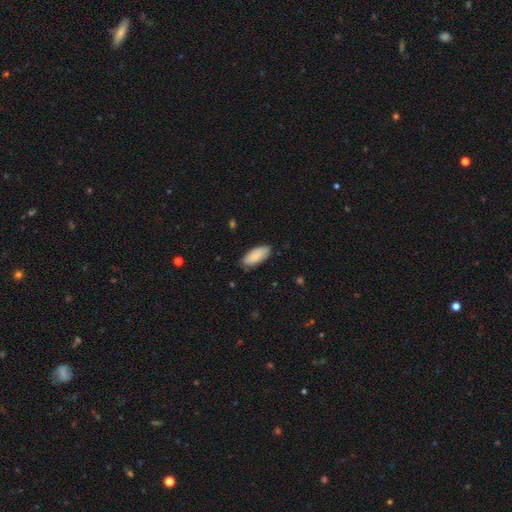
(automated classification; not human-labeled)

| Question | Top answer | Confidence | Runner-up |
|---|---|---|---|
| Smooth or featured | smooth | 86% | featured or disk (8%) |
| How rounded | in between | 89% | cigar-shaped (9%) |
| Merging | none | 80% | minor disturbance (17%) |